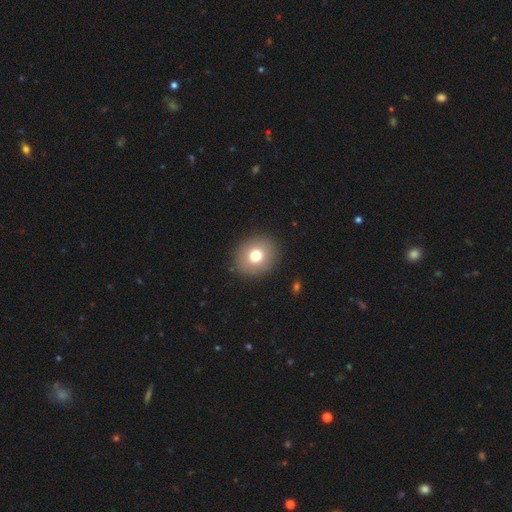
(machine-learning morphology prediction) smooth-or-featured: smooth: 76% | featured or disk: 14% | star or artifact: 11%
  how-rounded: round: 77% | in between: 22% | cigar-shaped: 1%
  merging: none: 90% | minor disturbance: 6% | major disturbance: 2% | merger: 1%